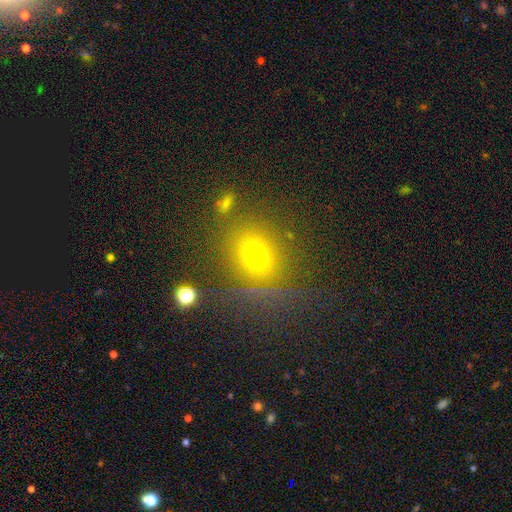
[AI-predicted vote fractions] A smooth galaxy with no disk features (65%) that is round (64%). Merging: none (75%).